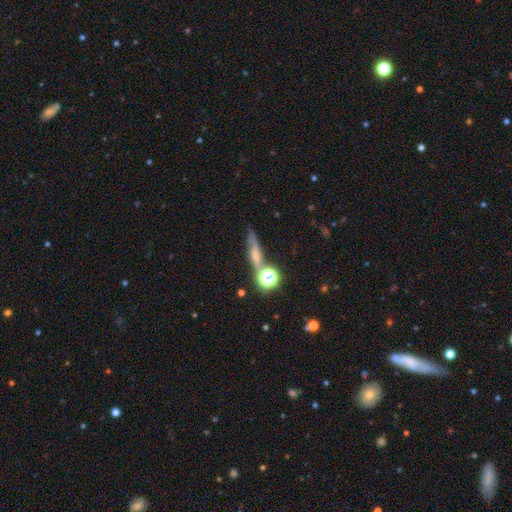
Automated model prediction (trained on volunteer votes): The model was most divided on "smooth or featured": featured or disk: 38%, smooth: 34%, star or artifact: 28%. More confident: merging — none (67%).